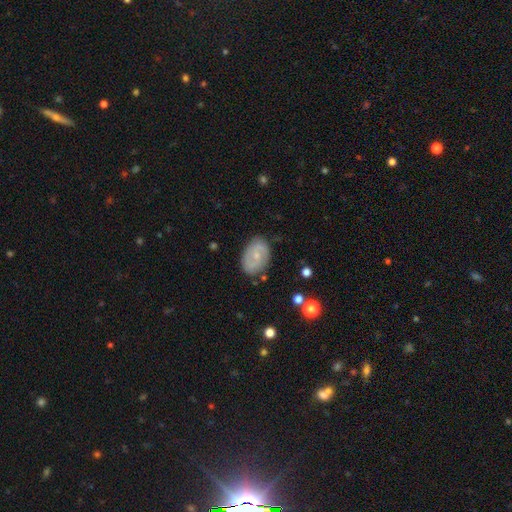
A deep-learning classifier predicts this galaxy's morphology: smooth_or_featured: featured or disk (p=0.48) [alt: smooth p=0.44]
merging: none (p=0.80) [alt: minor disturbance p=0.15]